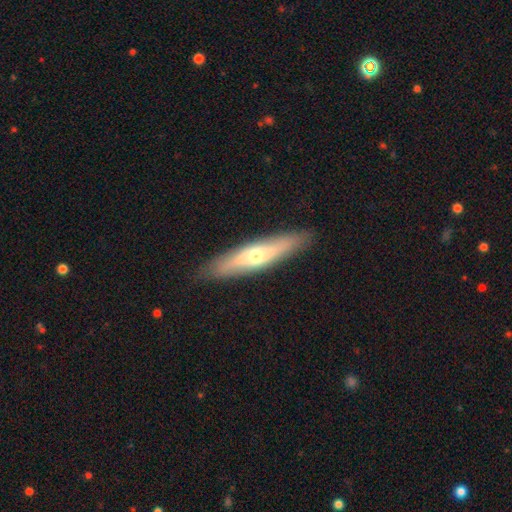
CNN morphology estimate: Overall: featured or disk (53%; smooth 41%). Edge-on disk: yes (73%). Merging: none (88%).